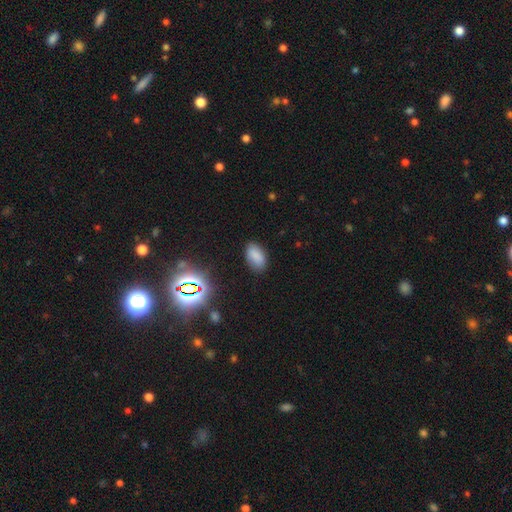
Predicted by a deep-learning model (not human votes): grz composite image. It shows a smooth galaxy with no disk features (81%) that is in between round and cigar-shaped (92%). Merging: none (82%).